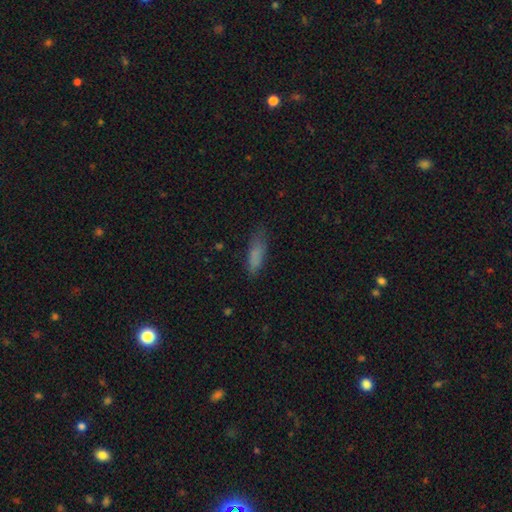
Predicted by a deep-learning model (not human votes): smooth_or_featured: smooth (p=0.81) [alt: featured or disk p=0.09]
how_rounded: in between (p=0.54) [alt: cigar-shaped p=0.44]
merging: none (p=0.67) [alt: minor disturbance p=0.24]